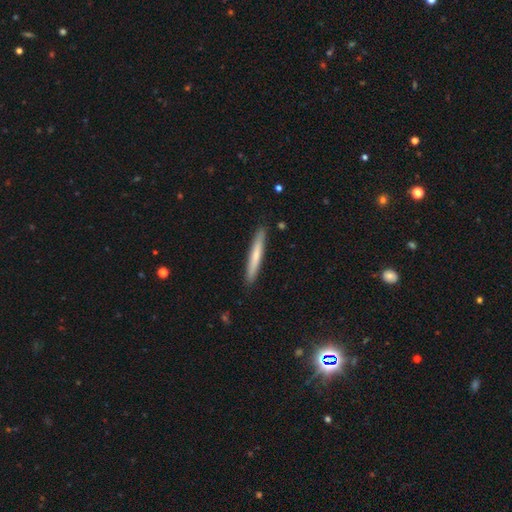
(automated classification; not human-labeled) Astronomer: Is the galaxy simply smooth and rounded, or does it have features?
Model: smooth — 62%.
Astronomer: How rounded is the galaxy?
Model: cigar-shaped — 95%.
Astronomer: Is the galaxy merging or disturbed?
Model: none — 90%.